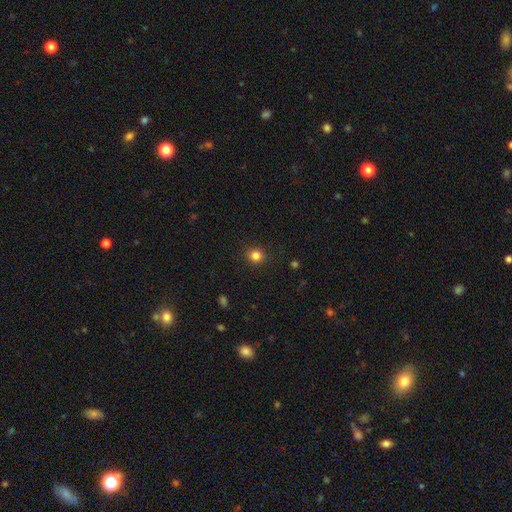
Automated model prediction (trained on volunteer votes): Overall: smooth (83%). How rounded: round (89%). Merging: none (90%).